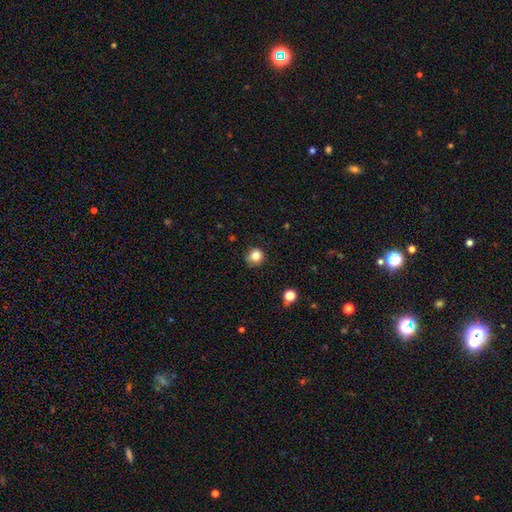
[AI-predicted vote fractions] This is clearly a smooth galaxy (84%). How rounded: clearly round (88%). Merging: likely none (80%).